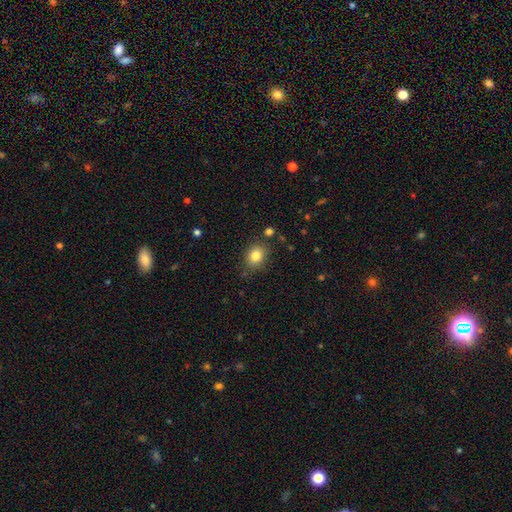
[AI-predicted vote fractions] This appears to be a smooth galaxy with no disk features (83%) that is round (51%). Merging: none (82%).